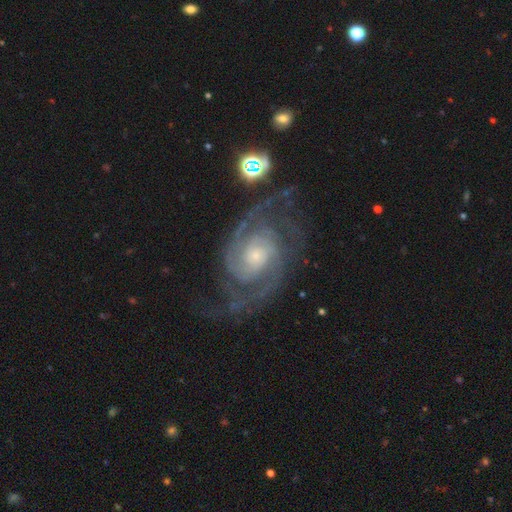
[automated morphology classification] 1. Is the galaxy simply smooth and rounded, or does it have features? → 92% featured or disk, 5% star or artifact, 3% smooth.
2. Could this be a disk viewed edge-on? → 98% no, 2% yes.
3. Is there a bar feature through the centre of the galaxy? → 69% no, 24% weak, 7% strong.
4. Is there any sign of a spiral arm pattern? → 98% yes, 2% no.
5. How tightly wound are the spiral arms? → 50% tight, 41% medium, 9% loose.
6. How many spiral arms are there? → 70% 2, 11% 3, 7% can't tell, 4% 4, 4% 1, 3% more than 4.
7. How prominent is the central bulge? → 65% small, 26% moderate, 4% large, 3% none, 1% dominant.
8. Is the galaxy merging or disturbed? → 69% none, 17% minor disturbance, 12% major disturbance, 2% merger.